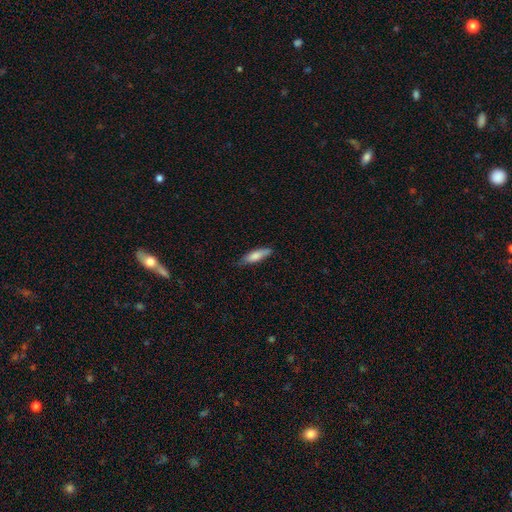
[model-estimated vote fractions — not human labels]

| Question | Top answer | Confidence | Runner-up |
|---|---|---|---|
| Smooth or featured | smooth | 77% | featured or disk (17%) |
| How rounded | cigar-shaped | 61% | in between (37%) |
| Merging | none | 77% | minor disturbance (19%) |